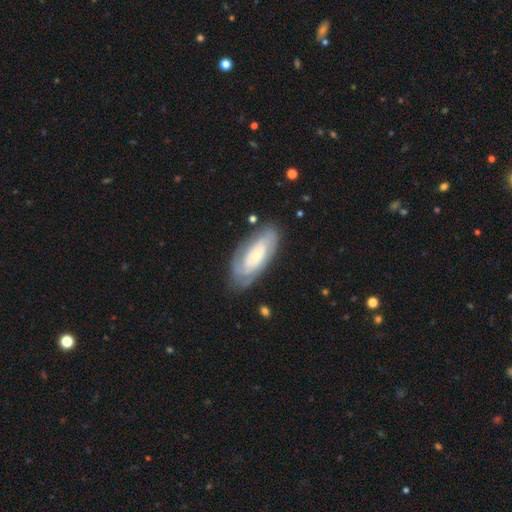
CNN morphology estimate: smooth-or-featured: featured or disk: 72% | smooth: 22% | star or artifact: 6%
  disk-edge-on: no: 92% | yes: 8%
    bar: no: 68% | weak: 24% | strong: 8%
    has-spiral-arms: yes: 89% | no: 11%
      spiral-winding: tight: 68% | medium: 25% | loose: 7%
      spiral-arm-count: can't tell: 42% | 2: 35% | 3: 11% | 1: 5% | 4: 4% | more than 4: 3%
    bulge-size: small: 62% | moderate: 29% | large: 5% | none: 3% | dominant: 1%
  merging: none: 75% | minor disturbance: 18% | major disturbance: 6% | merger: 2%